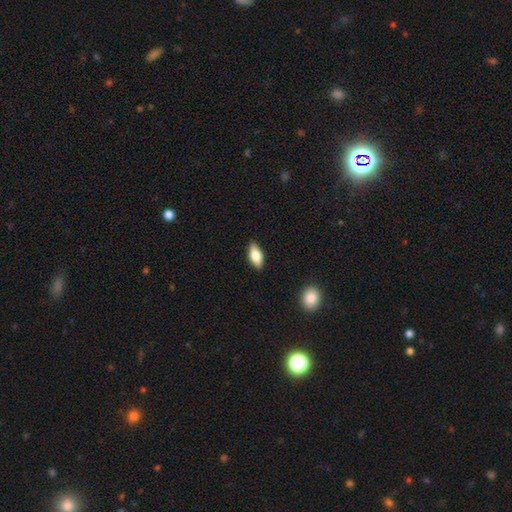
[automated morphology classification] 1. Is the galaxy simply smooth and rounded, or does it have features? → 70% smooth, 23% featured or disk, 7% star or artifact.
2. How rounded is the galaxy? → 83% in between, 14% cigar-shaped, 3% round.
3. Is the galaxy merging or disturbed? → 88% none, 9% minor disturbance, 2% major disturbance, 1% merger.